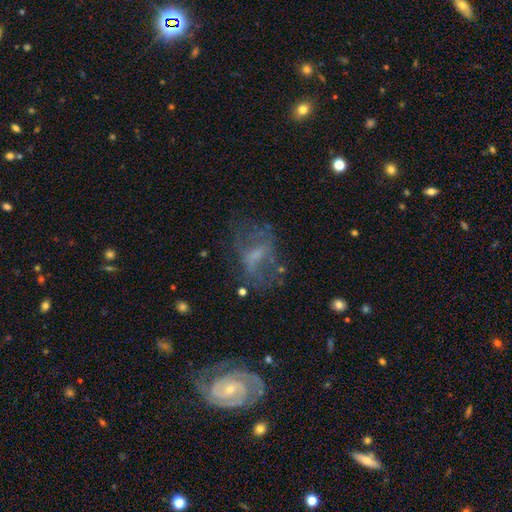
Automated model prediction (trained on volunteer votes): Morphology: type=featured or disk (55%); edge-on=no (94%); bar=no (47%); spiral arms=no (59%); bulge=none (36%, tied with small); merging=none (47%).